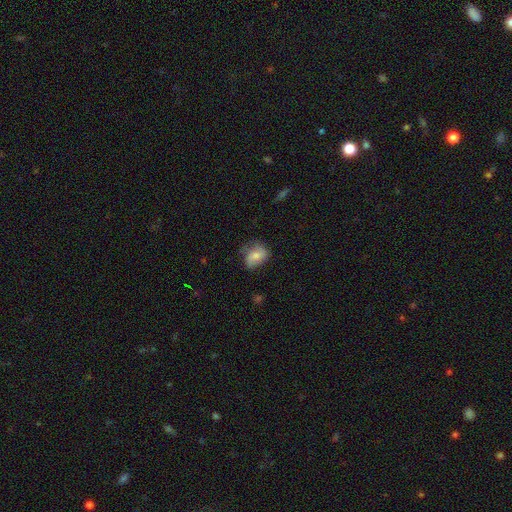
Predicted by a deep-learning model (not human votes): smooth-or-featured: smooth: 58% | featured or disk: 34% | star or artifact: 8%
  how-rounded: in between: 63% | round: 35% | cigar-shaped: 2%
  merging: none: 52% | minor disturbance: 31% | major disturbance: 15% | merger: 2%